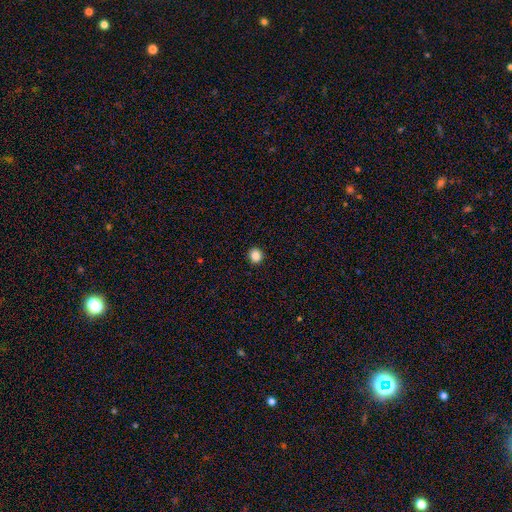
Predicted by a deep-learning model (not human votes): Q: Smooth or featured?
A: smooth (87%); runner-up: star or artifact (10%)
Q: How rounded?
A: round (85%); runner-up: in between (14%)
Q: Merging?
A: none (92%); runner-up: minor disturbance (5%)